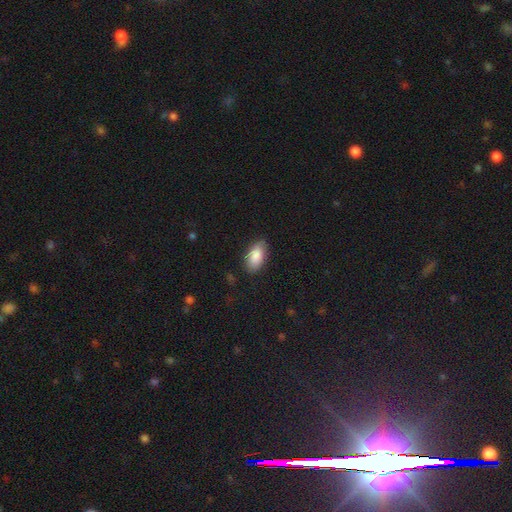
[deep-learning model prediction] A smooth galaxy with no disk features (87%) that is in between round and cigar-shaped (92%).

Vote fractions:
- Smooth or featured? smooth: 87% / featured or disk: 7% / star or artifact: 6%
- How rounded? in between: 92% / cigar-shaped: 4% / round: 3%
- Merging? none: 82% / minor disturbance: 15% / major disturbance: 3% / merger: 1%